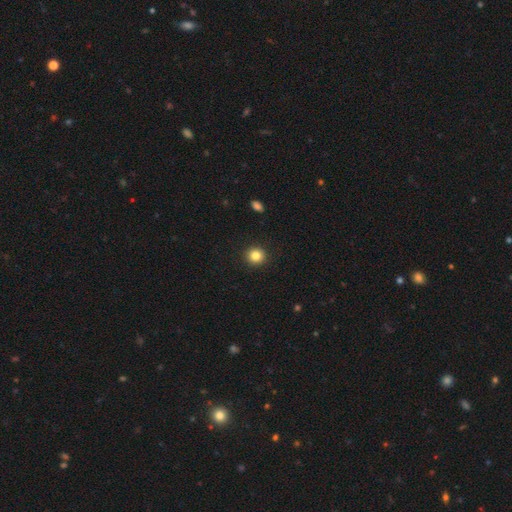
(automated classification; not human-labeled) Morphology: type=smooth (84%); roundness=round (90%); merging=none (92%).